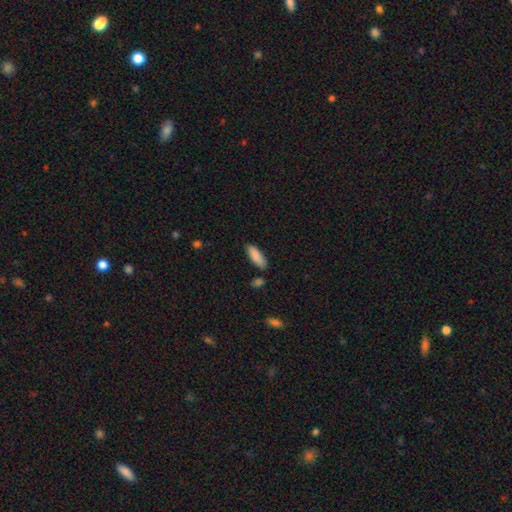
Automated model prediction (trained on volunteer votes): A smooth galaxy with no disk features (88%) that is in between round and cigar-shaped (62%). Merging: none (82%).